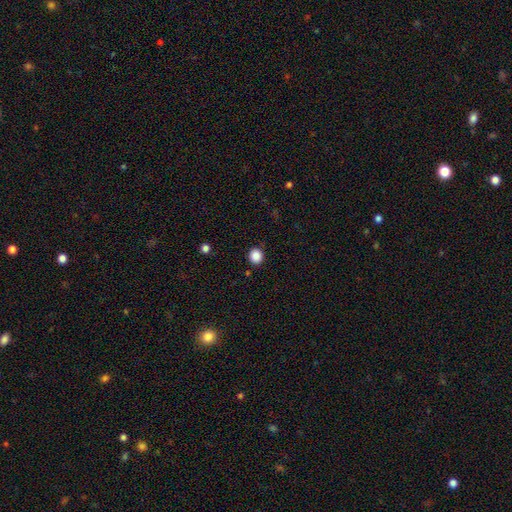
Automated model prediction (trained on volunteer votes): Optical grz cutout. It shows a smooth galaxy with no disk features (86%) that is round (87%). Merging: none (91%).